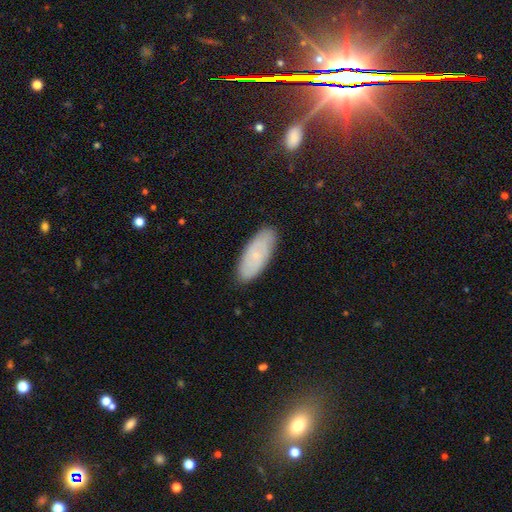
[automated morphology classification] Overall: smooth (54%; featured or disk 38%). How rounded: in between (80%). Merging: none (85%).